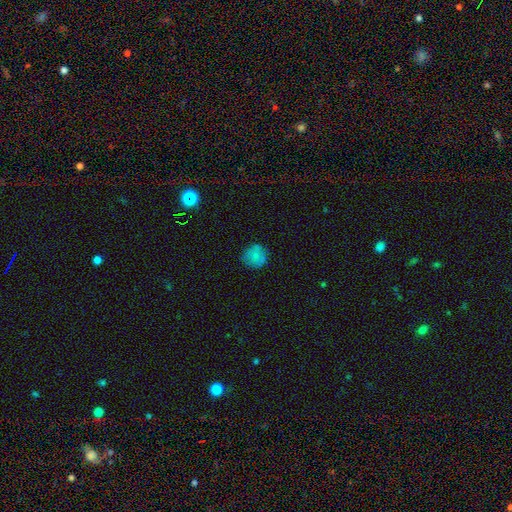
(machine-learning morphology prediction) smooth-or-featured: smooth: 78% | featured or disk: 11% | star or artifact: 11%
  how-rounded: round: 91% | in between: 8% | cigar-shaped: 1%
  merging: none: 81% | minor disturbance: 15% | major disturbance: 3% | merger: 1%